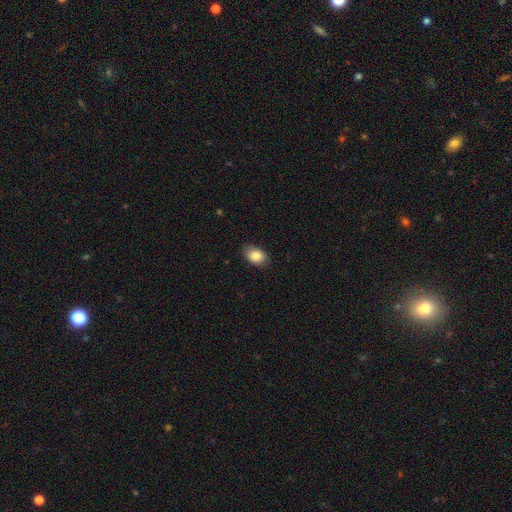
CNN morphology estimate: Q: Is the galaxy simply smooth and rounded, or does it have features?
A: smooth — 86%.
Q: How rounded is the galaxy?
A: in between — 81%.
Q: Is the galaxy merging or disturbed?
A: none — 85%.